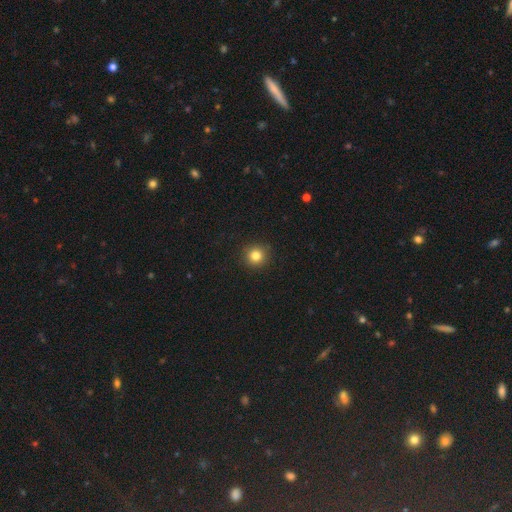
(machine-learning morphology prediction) Smooth or featured: smooth — 82% (star or artifact — 12%)
How rounded: round — 94% (in between — 5%)
Merging: none — 92% (minor disturbance — 5%)